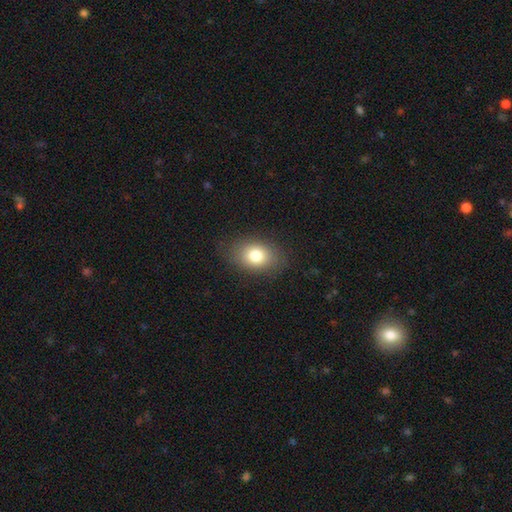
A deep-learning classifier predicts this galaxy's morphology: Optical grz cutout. It shows a smooth galaxy with no disk features (80%) that is in between round and cigar-shaped (73%). Merging: none (84%).